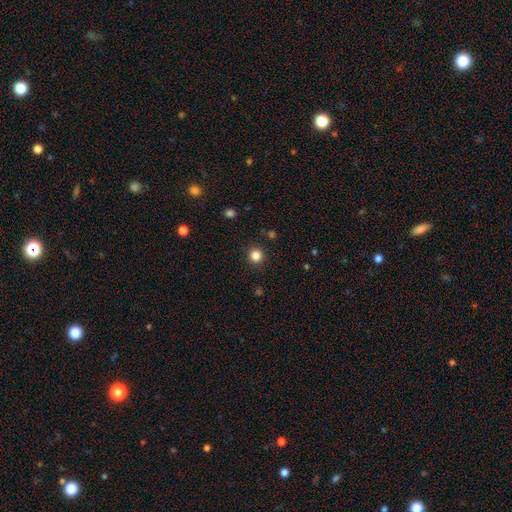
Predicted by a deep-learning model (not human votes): Smooth or featured? smooth (84%)
How rounded? round (94%)
Merging? none (91%)